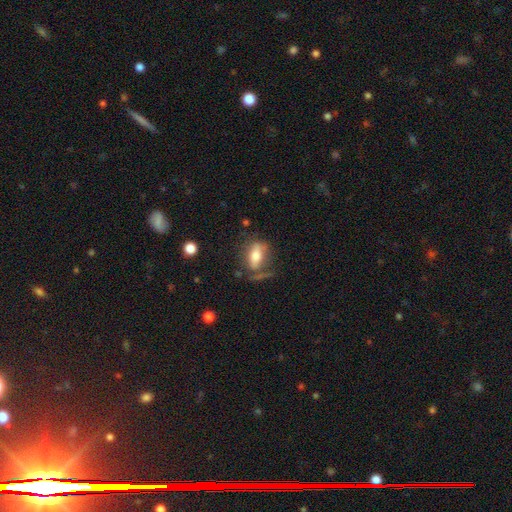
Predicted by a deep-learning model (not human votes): Q: Smooth or featured?
A: smooth (61%); runner-up: featured or disk (30%)
Q: How rounded?
A: in between (79%); runner-up: cigar-shaped (12%)
Q: Merging?
A: none (53%); runner-up: minor disturbance (22%)